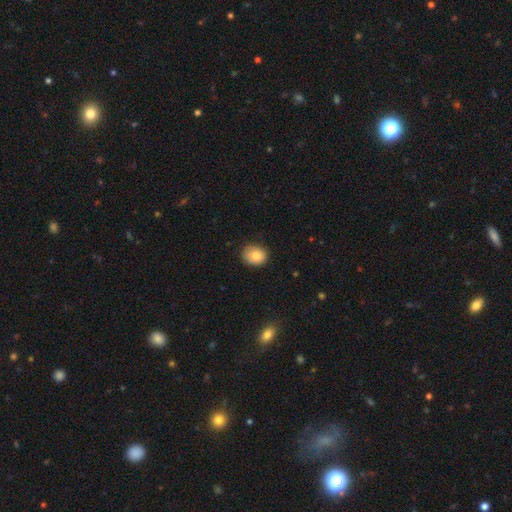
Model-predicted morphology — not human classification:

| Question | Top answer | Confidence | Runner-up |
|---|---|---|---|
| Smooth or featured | smooth | 82% | featured or disk (9%) |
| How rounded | round | 59% | in between (40%) |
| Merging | none | 78% | minor disturbance (18%) |